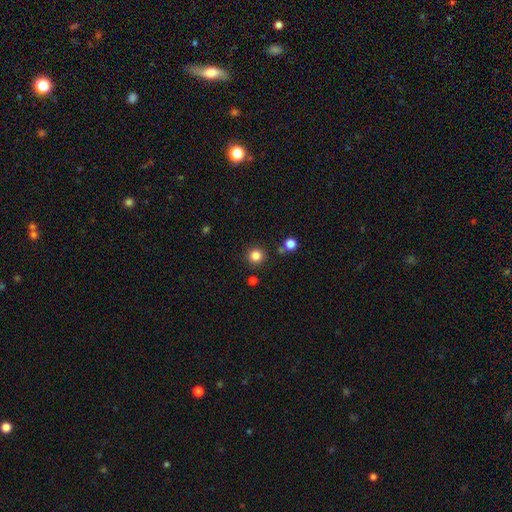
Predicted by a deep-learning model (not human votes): smooth_or_featured: smooth (p=0.83) [alt: star or artifact p=0.13]
how_rounded: round (p=0.94) [alt: in between p=0.05]
merging: none (p=0.87) [alt: minor disturbance p=0.06]